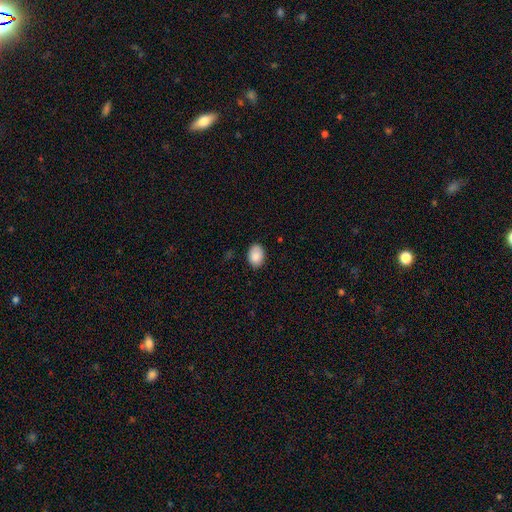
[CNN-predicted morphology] Smooth or featured? Predicted: smooth (p=0.88). How rounded? Predicted: in between (p=0.76). Merging? Predicted: none (p=0.86).